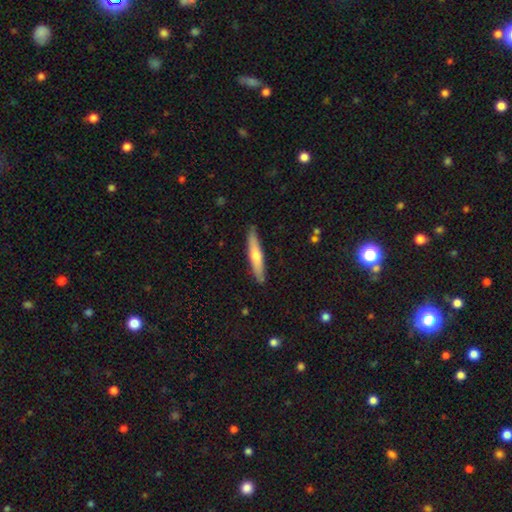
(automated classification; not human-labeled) The model was most divided on "smooth or featured": smooth: 51%, featured or disk: 43%, star or artifact: 5%. More confident: how rounded — cigar-shaped (91%); merging — none (89%).